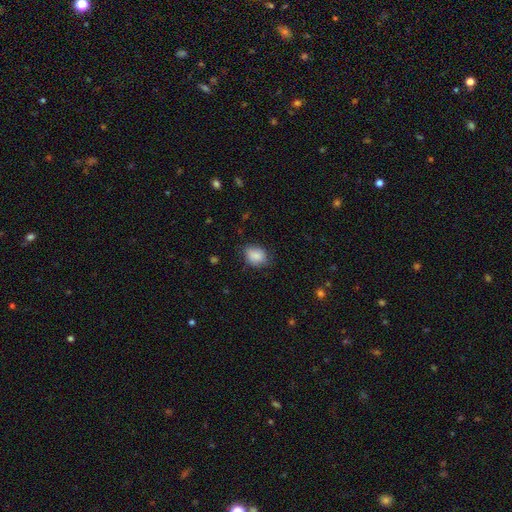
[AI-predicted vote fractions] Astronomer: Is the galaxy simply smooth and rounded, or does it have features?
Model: smooth — 85%.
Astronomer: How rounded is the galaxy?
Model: in between — 57% (runner-up: round, 42%).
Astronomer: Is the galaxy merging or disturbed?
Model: none — 67%.